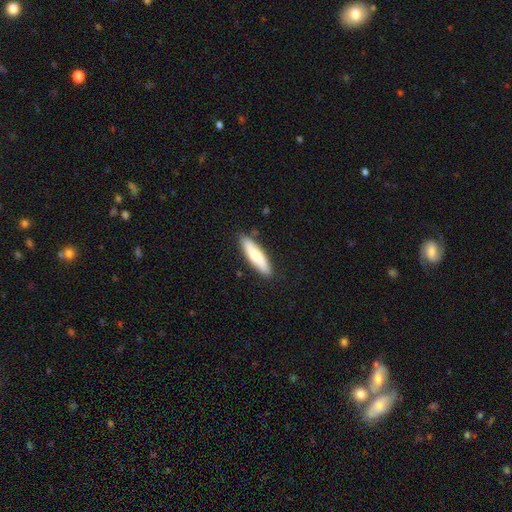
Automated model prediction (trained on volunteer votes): Smooth or featured: smooth — 69% (featured or disk — 26%)
How rounded: cigar-shaped — 69% (in between — 30%)
Merging: none — 86% (minor disturbance — 10%)